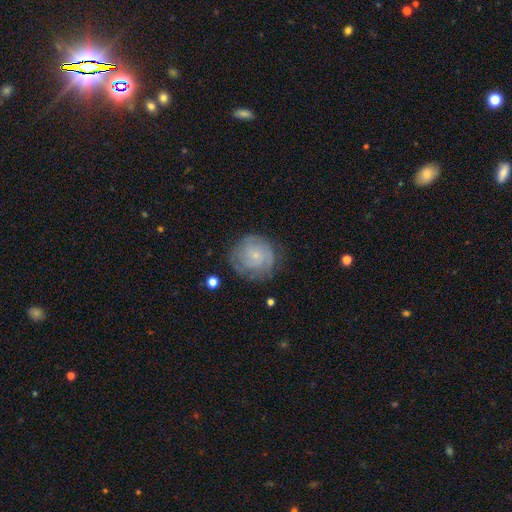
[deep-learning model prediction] Smooth or featured: featured or disk — 60% (smooth — 32%)
Edge-on disk: no — 98% (yes — 2%)
Bar: no — 81% (weak — 17%)
Spiral arms: yes — 83% (no — 17%)
Bulge size: small — 82% (moderate — 10%)
Merging: none — 71% (minor disturbance — 19%)